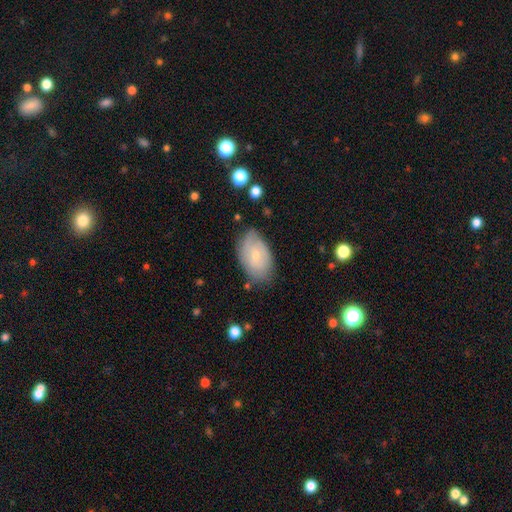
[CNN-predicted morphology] This appears to be a smooth galaxy with no disk features (49%). Merging: none (67%).